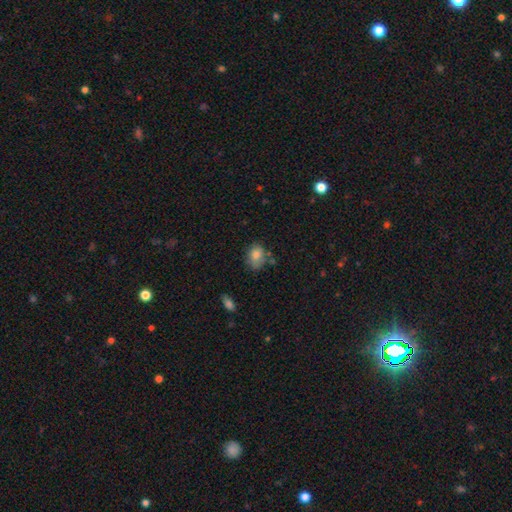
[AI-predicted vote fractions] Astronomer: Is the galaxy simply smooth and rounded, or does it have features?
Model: smooth — 81%.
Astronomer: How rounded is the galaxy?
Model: in between — 66%.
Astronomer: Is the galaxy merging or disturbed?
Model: none — 57%.